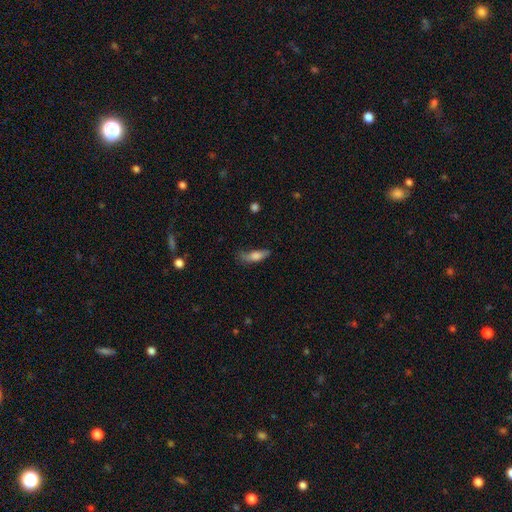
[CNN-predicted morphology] Smooth or featured: smooth — 74% (featured or disk — 19%)
How rounded: in between — 57% (cigar-shaped — 40%)
Merging: none — 50% (minor disturbance — 33%)